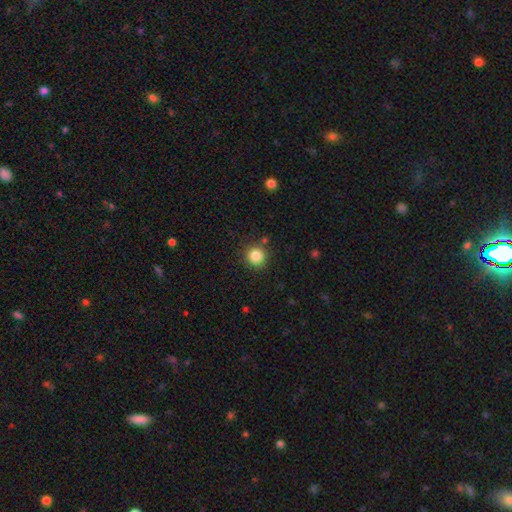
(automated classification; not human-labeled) A smooth galaxy with no disk features (85%) that is round (94%).

Vote fractions:
- Smooth or featured? smooth: 85% / star or artifact: 11% / featured or disk: 4%
- How rounded? round: 94% / in between: 5% / cigar-shaped: 1%
- Merging? none: 86% / minor disturbance: 8% / merger: 3% / major disturbance: 3%